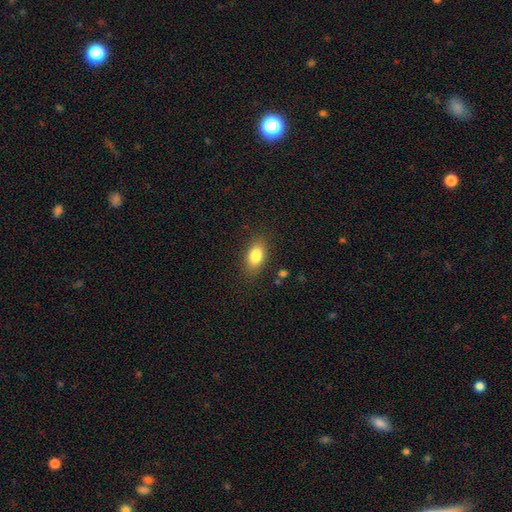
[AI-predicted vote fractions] smooth_or_featured: smooth (p=0.84) [alt: featured or disk p=0.08]
how_rounded: in between (p=0.88) [alt: round p=0.07]
merging: none (p=0.83) [alt: minor disturbance p=0.12]